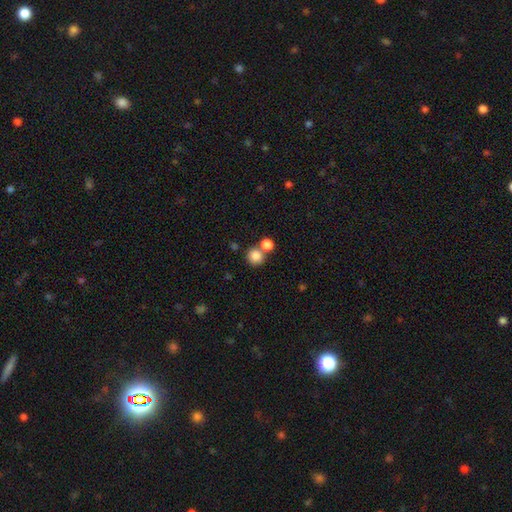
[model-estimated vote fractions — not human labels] Smooth or featured? smooth (83%)
How rounded? round (89%)
Merging? none (61%)